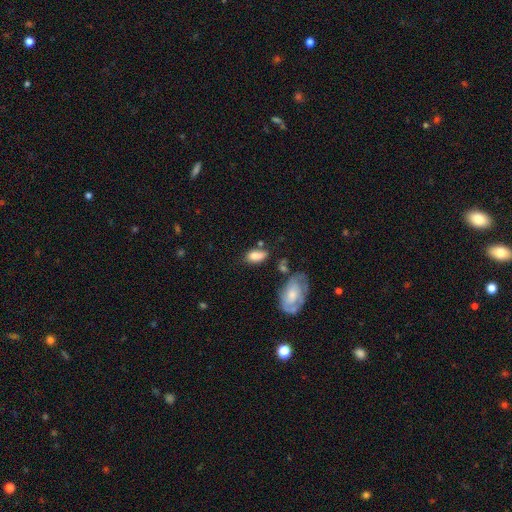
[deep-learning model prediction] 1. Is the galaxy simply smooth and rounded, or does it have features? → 79% smooth, 13% featured or disk, 8% star or artifact.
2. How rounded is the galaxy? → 89% in between, 6% round, 5% cigar-shaped.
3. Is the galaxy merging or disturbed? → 49% none, 29% minor disturbance, 11% major disturbance, 11% merger.